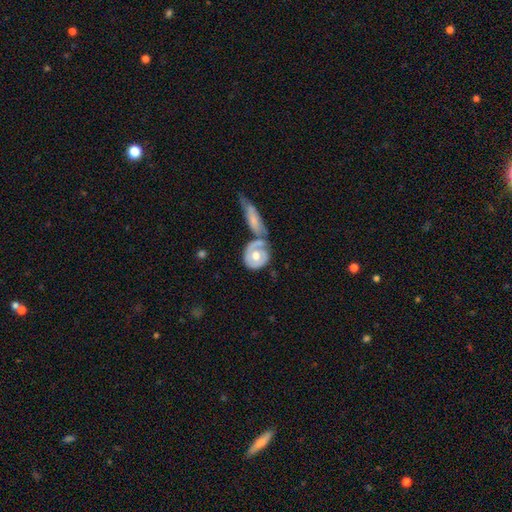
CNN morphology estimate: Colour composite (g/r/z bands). It shows a featured or disk galaxy (52%). Merging: merger (38%).